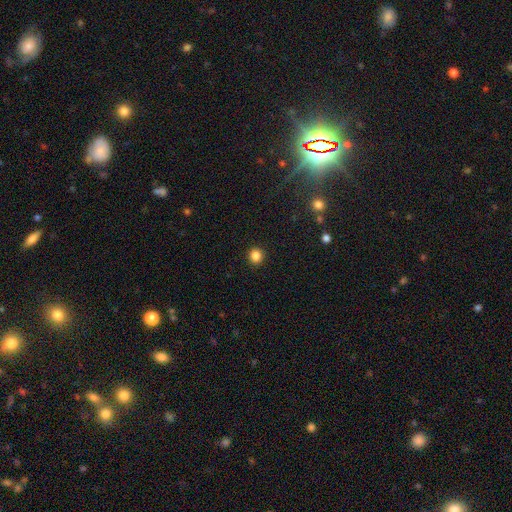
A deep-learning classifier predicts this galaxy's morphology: Smooth or featured: smooth — 86% (star or artifact — 11%)
How rounded: round — 87% (in between — 12%)
Merging: none — 92% (minor disturbance — 5%)